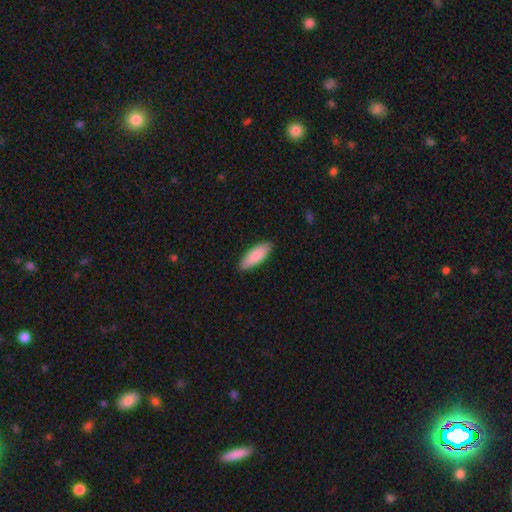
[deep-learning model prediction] Morphology: type=smooth (88%); roundness=in between (71%); merging=none (89%).